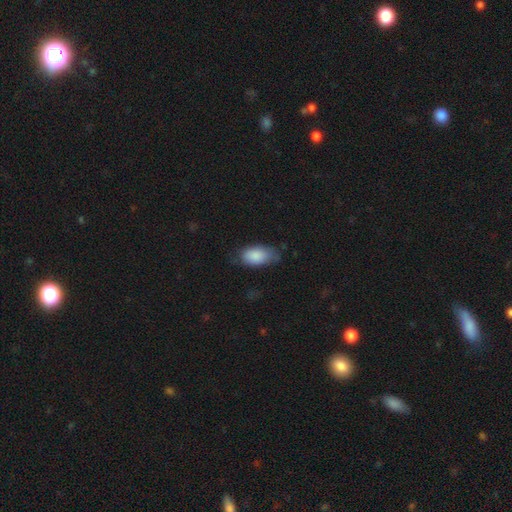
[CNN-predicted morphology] A smooth galaxy with no disk features (86%) that is in between round and cigar-shaped (93%). Merging: none (56%).